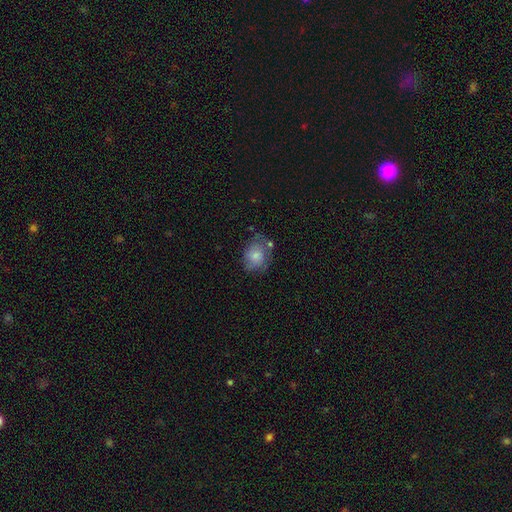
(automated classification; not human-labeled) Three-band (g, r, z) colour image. It shows a smooth galaxy with no disk features (70%) that is round (50%). Merging: none (53%).